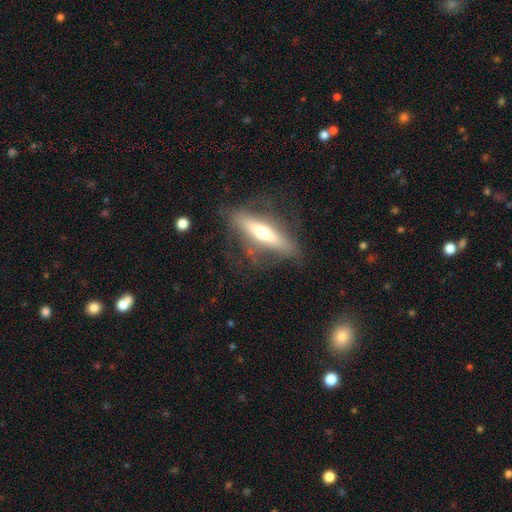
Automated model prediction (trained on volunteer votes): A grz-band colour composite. It shows a featured or disk galaxy (68%) viewed edge-on (82%) with a rounded central bulge (88%). Merging: none (70%).